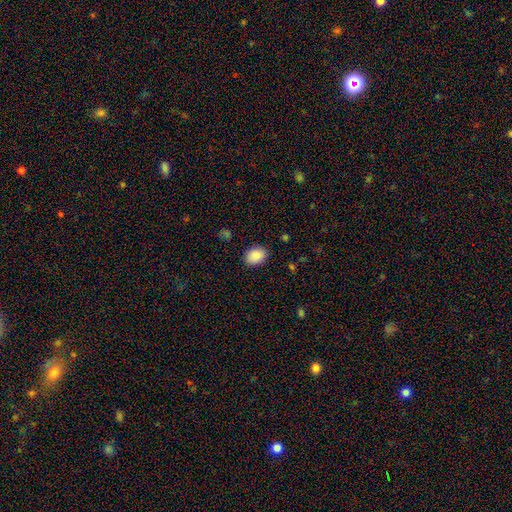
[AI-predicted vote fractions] A smooth galaxy with no disk features (89%) that is in between round and cigar-shaped (76%).

Vote fractions:
- Smooth or featured? smooth: 89% / star or artifact: 7% / featured or disk: 4%
- How rounded? in between: 76% / round: 24% / cigar-shaped: 1%
- Merging? none: 87% / minor disturbance: 10% / major disturbance: 2% / merger: 1%